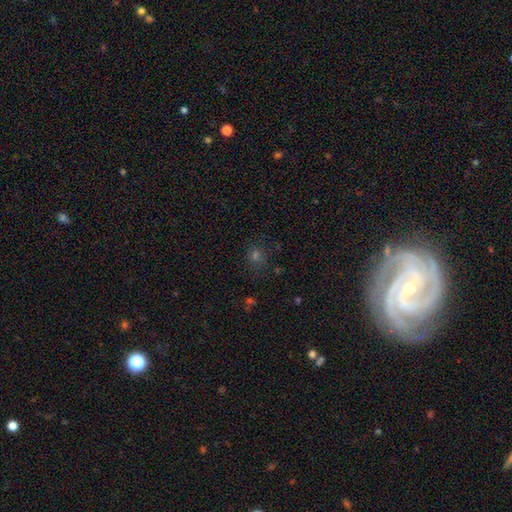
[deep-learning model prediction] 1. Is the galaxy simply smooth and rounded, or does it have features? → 52% smooth, 39% star or artifact, 9% featured or disk.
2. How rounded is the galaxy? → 82% round, 17% in between, 1% cigar-shaped.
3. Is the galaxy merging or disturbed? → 82% none, 11% minor disturbance, 4% major disturbance, 2% merger.